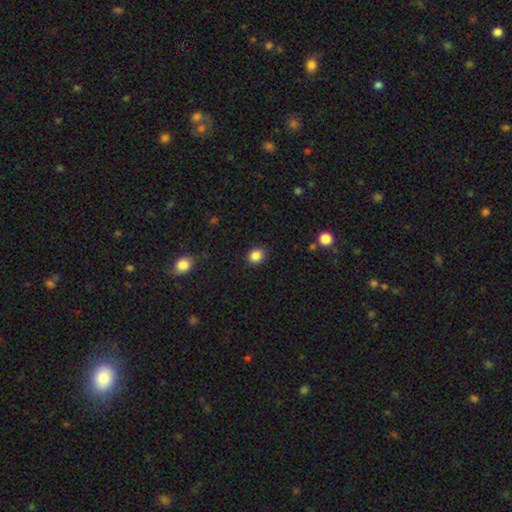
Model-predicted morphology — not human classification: A smooth galaxy with no disk features (86%) that is round (74%). Merging: none (89%).